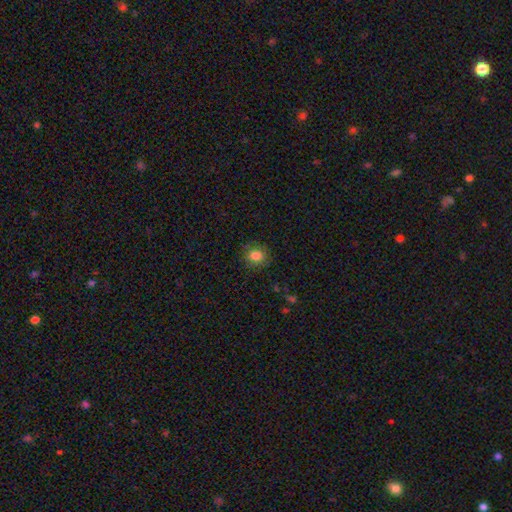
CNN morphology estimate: Q: Smooth or featured?
A: smooth (83%); runner-up: star or artifact (11%)
Q: How rounded?
A: round (72%); runner-up: in between (27%)
Q: Merging?
A: none (84%); runner-up: minor disturbance (12%)